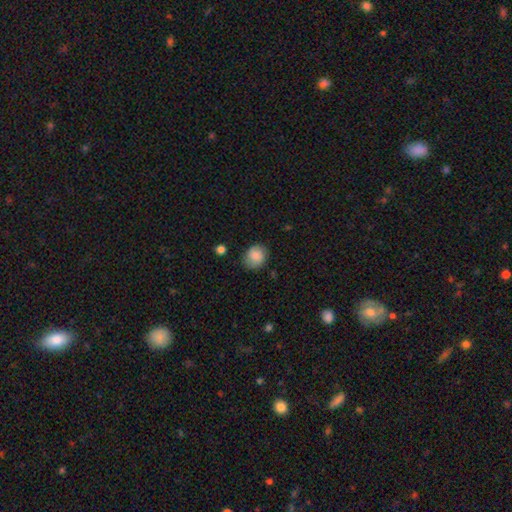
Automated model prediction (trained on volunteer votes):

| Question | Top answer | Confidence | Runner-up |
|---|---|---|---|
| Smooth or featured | smooth | 86% | star or artifact (8%) |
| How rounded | round | 69% | in between (30%) |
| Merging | none | 79% | minor disturbance (16%) |